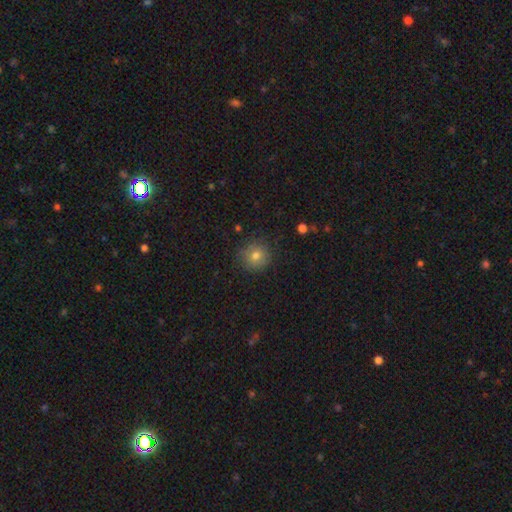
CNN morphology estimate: A smooth galaxy with no disk features (76%) that is round (91%). Merging: none (86%).